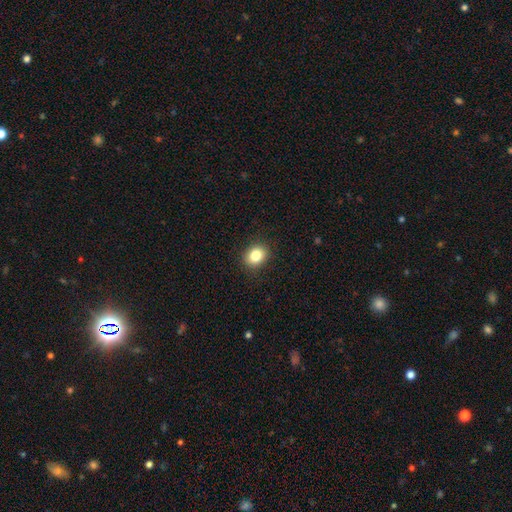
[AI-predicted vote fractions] Smooth or featured? Predicted: smooth (p=0.83). How rounded? Predicted: round (p=0.55). Merging? Predicted: none (p=0.90).